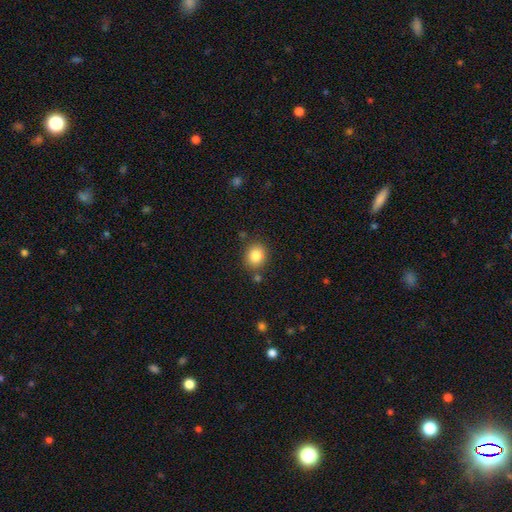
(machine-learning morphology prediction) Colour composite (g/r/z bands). It shows a smooth galaxy with no disk features (84%) that is round (68%). Merging: none (81%).